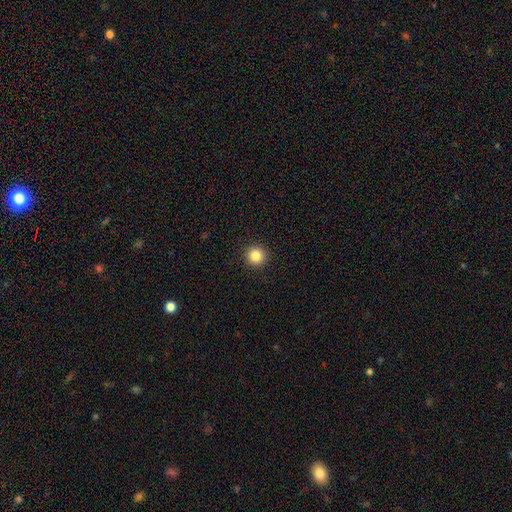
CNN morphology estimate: type=smooth (84%); roundness=round (95%); merging=none (93%).